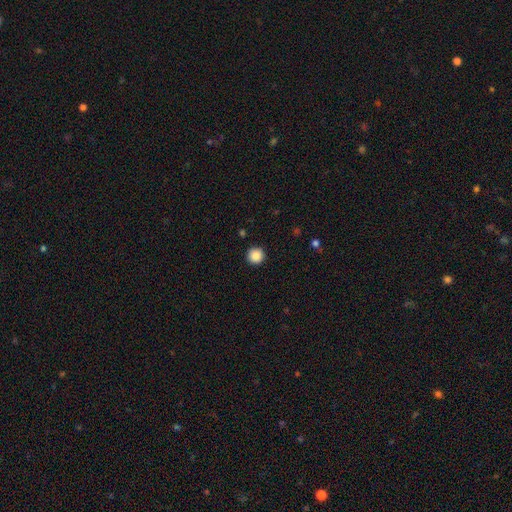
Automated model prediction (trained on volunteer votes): Smooth or featured?
  - smooth: 88% *
  - star or artifact: 9%
  - featured or disk: 3%
How rounded?
  - round: 96% *
  - in between: 3%
  - cigar-shaped: 1%
Merging?
  - none: 92% *
  - minor disturbance: 5%
  - major disturbance: 2%
  - merger: 1%